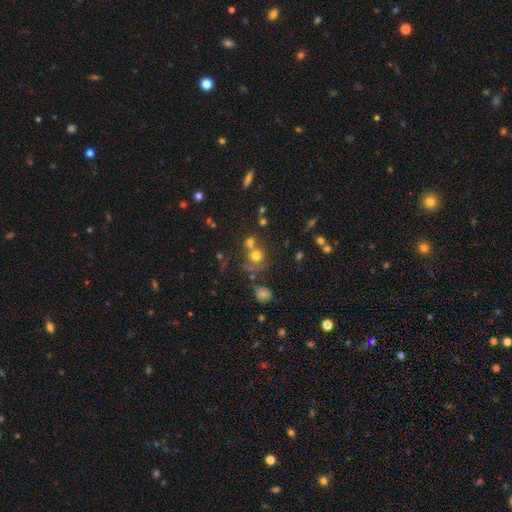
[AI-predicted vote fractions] A smooth galaxy with no disk features (65%) that is round (82%). Merging: merger (41%, tied with none).